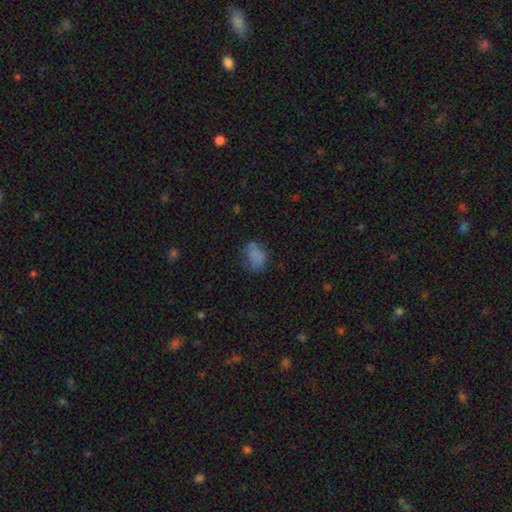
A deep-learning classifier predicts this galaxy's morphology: smooth-or-featured: smooth: 75% | star or artifact: 13% | featured or disk: 12%
  how-rounded: in between: 77% | round: 21% | cigar-shaped: 2%
  merging: none: 51% | minor disturbance: 29% | major disturbance: 16% | merger: 4%